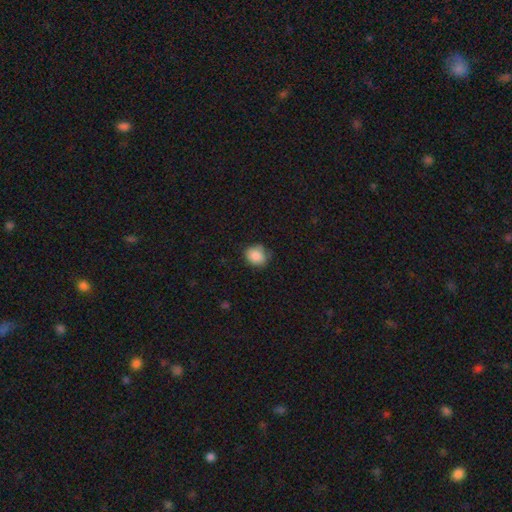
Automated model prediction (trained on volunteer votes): Smooth or featured?
  - smooth: 86% *
  - star or artifact: 9%
  - featured or disk: 5%
How rounded?
  - round: 69% *
  - in between: 30%
  - cigar-shaped: 1%
Merging?
  - none: 71% *
  - minor disturbance: 23%
  - major disturbance: 4%
  - merger: 1%